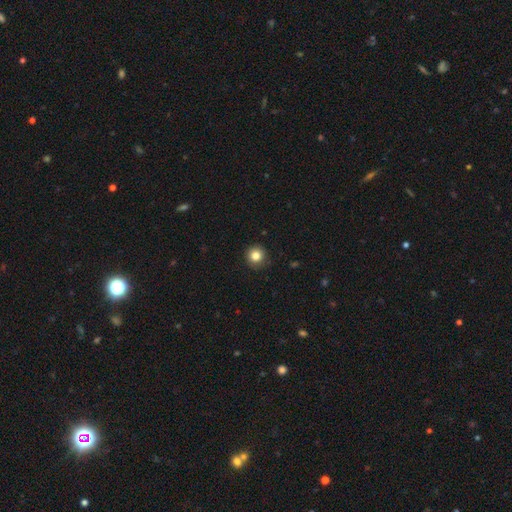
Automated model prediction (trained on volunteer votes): Smooth or featured? Predicted: smooth (p=0.84). How rounded? Predicted: round (p=0.95). Merging? Predicted: none (p=0.91).